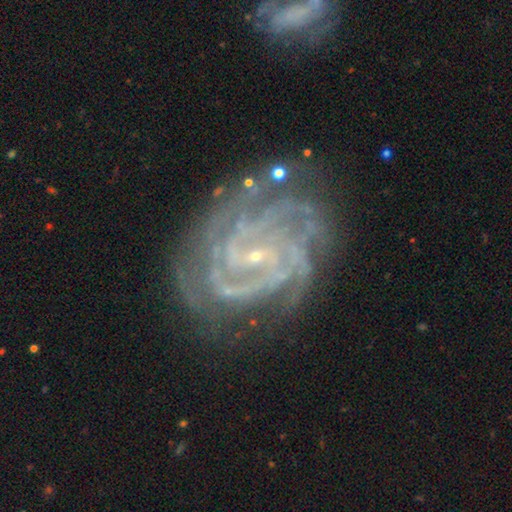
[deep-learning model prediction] Smooth or featured: featured or disk — 90% (star or artifact — 6%)
Edge-on disk: no — 98% (yes — 2%)
Bar: no — 46% (weak — 38%)
Spiral arms: yes — 98% (no — 2%)
Spiral winding: tight — 71% (medium — 25%)
Spiral arm count: 4 — 26% (3 — 19%)
Bulge size: small — 86% (moderate — 8%)
Merging: none — 69% (minor disturbance — 19%)